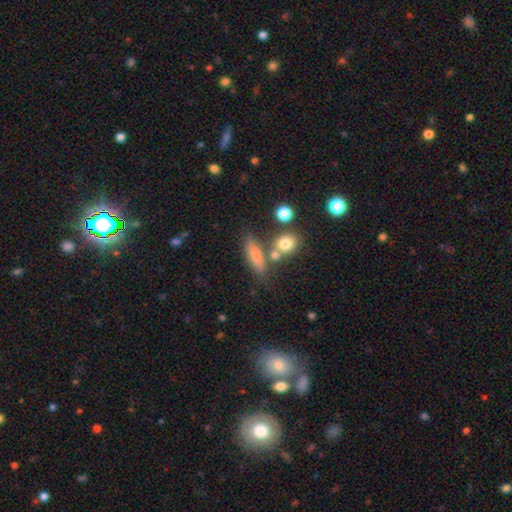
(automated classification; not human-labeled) A smooth galaxy with no disk features (75%) that is cigar-shaped (53%). Merging: none (64%).